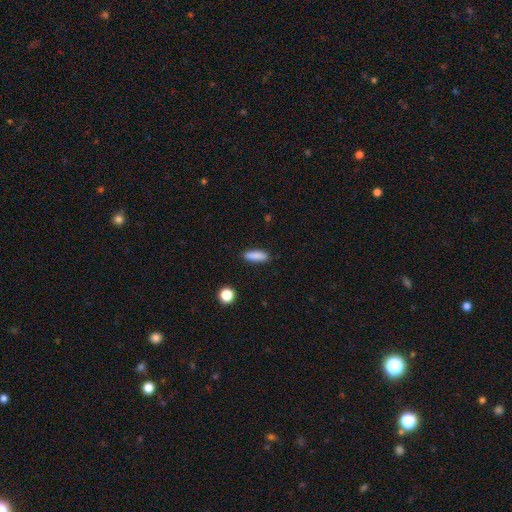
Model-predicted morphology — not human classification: A smooth galaxy with no disk features (87%) that is cigar-shaped (49%, tied with in between).

Vote fractions:
- Smooth or featured? smooth: 87% / star or artifact: 8% / featured or disk: 5%
- How rounded? cigar-shaped: 49% (tied) / in between: 49% (tied) / round: 2%
- Merging? none: 88% / minor disturbance: 9% / major disturbance: 2% / merger: 1%